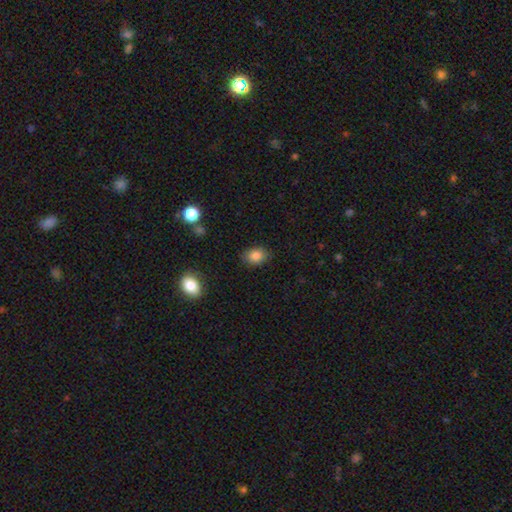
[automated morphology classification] This appears to be a smooth galaxy with no disk features (83%) that is in between round and cigar-shaped (68%). Merging: none (85%).